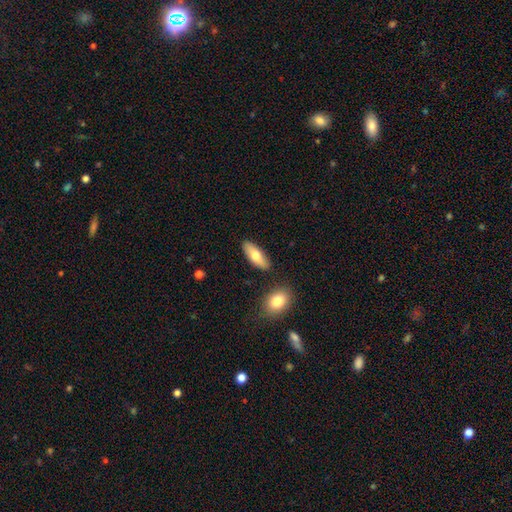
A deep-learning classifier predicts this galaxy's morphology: Smooth or featured? Predicted: smooth (p=0.68). How rounded? Predicted: in between (p=0.69). Merging? Predicted: none (p=0.85).